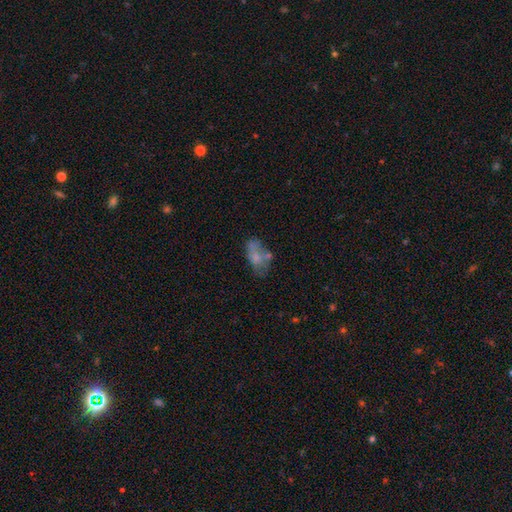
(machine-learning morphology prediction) smooth-or-featured: smooth: 56% | featured or disk: 33% | star or artifact: 11%
  how-rounded: in between: 88% | round: 8% | cigar-shaped: 4%
  merging: none: 36% | minor disturbance: 23% | merger: 20% | major disturbance: 20%